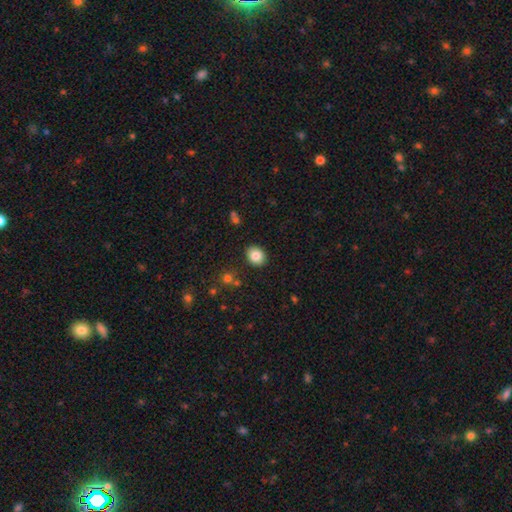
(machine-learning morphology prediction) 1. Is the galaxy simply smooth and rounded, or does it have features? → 85% smooth, 9% star or artifact, 6% featured or disk.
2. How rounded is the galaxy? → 53% round, 47% in between, 1% cigar-shaped.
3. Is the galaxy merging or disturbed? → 88% none, 8% minor disturbance, 2% major disturbance, 2% merger.